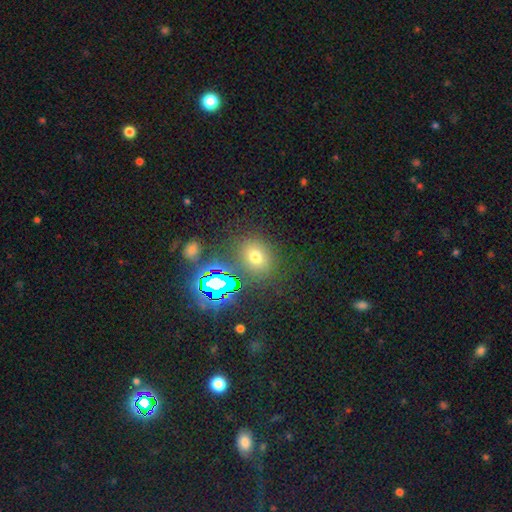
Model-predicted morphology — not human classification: The model was most divided on "how rounded": round: 55%, in between: 43%, cigar-shaped: 1%. More confident: merging — none (79%); smooth or featured — smooth (57%).